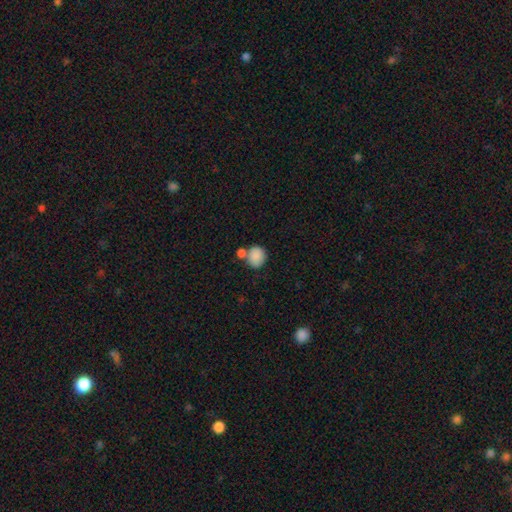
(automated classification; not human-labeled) A smooth galaxy with no disk features (86%) that is round (72%).

Vote fractions:
- Smooth or featured? smooth: 86% / star or artifact: 8% / featured or disk: 6%
- How rounded? round: 72% / in between: 27% / cigar-shaped: 1%
- Merging? none: 51% / merger: 32% / minor disturbance: 13% / major disturbance: 5%